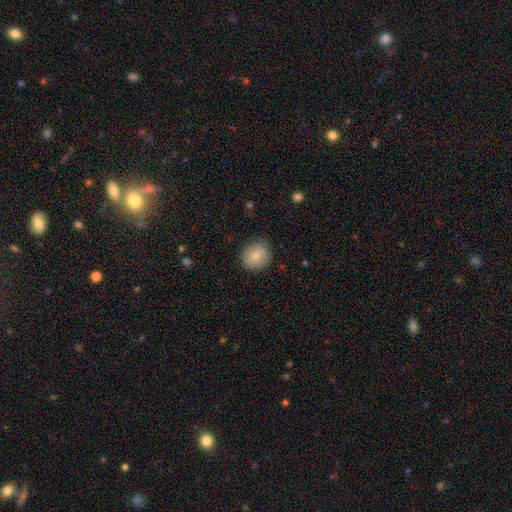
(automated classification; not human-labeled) Smooth or featured?
  - smooth: 82% *
  - featured or disk: 10%
  - star or artifact: 8%
How rounded?
  - round: 78% *
  - in between: 21%
  - cigar-shaped: 1%
Merging?
  - none: 83% *
  - minor disturbance: 13%
  - major disturbance: 3%
  - merger: 1%